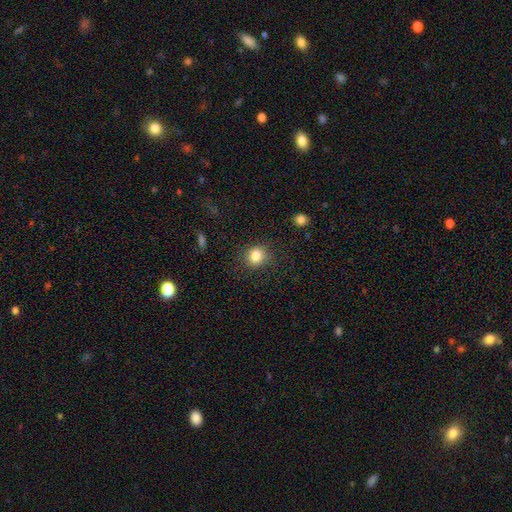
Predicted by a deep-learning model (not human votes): A smooth galaxy with no disk features (83%) that is round (65%). Merging: none (79%).